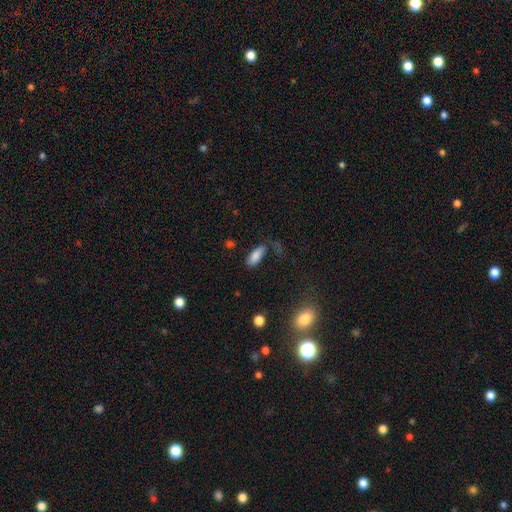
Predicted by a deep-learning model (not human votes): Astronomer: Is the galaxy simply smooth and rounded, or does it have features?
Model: smooth — 82%.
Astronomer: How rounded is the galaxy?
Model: in between — 82%.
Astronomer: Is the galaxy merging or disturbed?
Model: none — 55%.